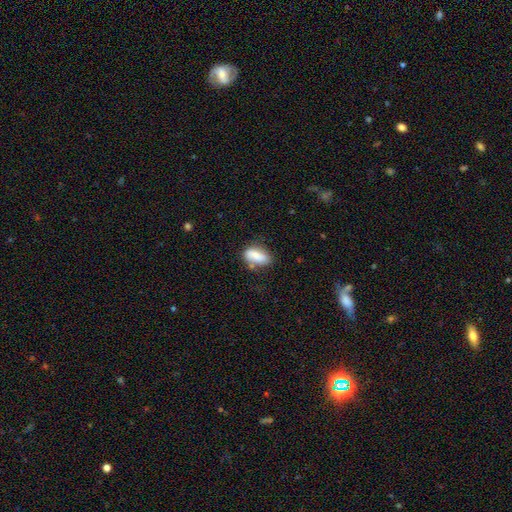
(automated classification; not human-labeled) Q: Smooth or featured?
A: smooth (75%); runner-up: featured or disk (17%)
Q: How rounded?
A: in between (86%); runner-up: cigar-shaped (9%)
Q: Merging?
A: none (58%); runner-up: minor disturbance (26%)